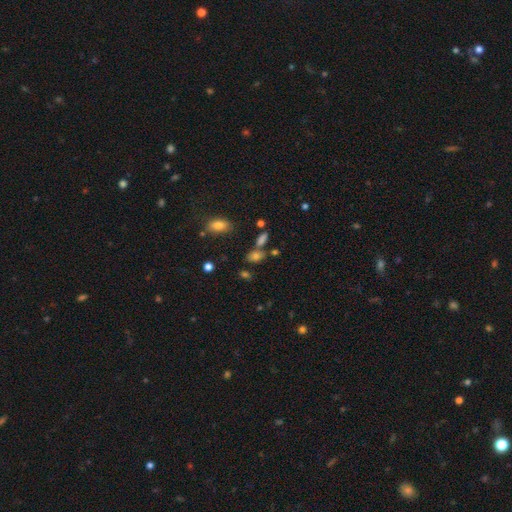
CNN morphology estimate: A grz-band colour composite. It shows a smooth galaxy with no disk features (73%) that is in between round and cigar-shaped (82%). Merging: none (59%).